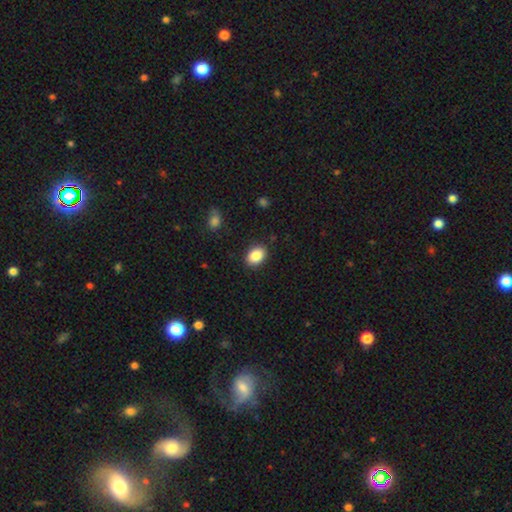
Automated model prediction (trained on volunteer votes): Smooth or featured? Predicted: smooth (p=0.87). How rounded? Predicted: in between (p=0.77). Merging? Predicted: none (p=0.88).